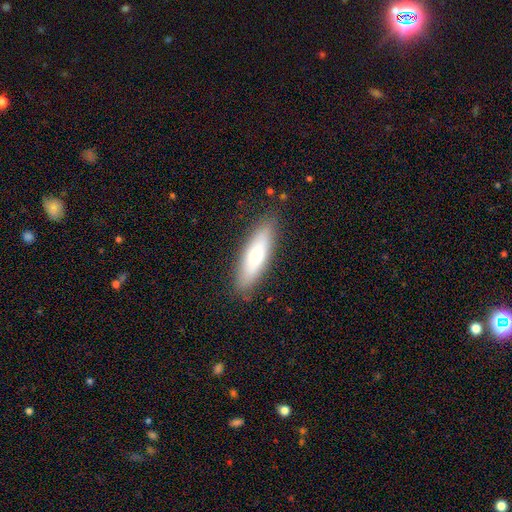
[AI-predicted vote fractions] Q: Smooth or featured?
A: smooth (63%); runner-up: featured or disk (31%)
Q: How rounded?
A: cigar-shaped (57%); runner-up: in between (41%)
Q: Merging?
A: none (87%); runner-up: minor disturbance (10%)